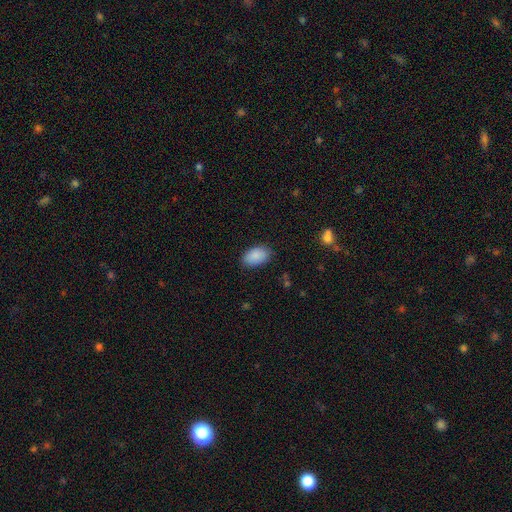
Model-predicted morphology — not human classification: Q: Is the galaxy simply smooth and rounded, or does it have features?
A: smooth — 89%.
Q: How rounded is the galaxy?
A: in between — 93%.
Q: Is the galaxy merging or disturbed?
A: none — 85%.